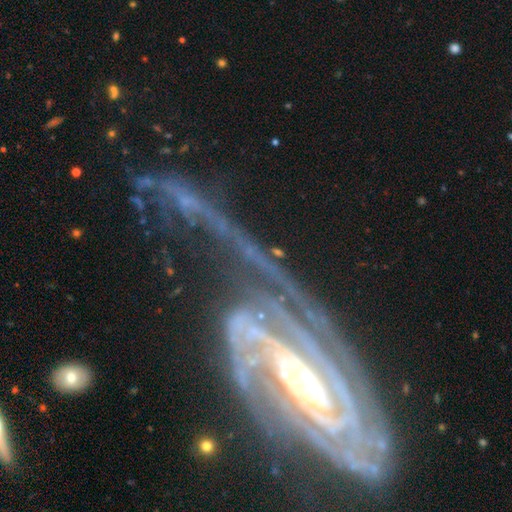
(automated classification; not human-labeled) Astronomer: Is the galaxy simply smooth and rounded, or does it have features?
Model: featured or disk — 88%.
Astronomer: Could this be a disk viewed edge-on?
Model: no — 92%.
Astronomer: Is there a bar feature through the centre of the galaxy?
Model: no — 40% (runner-up: strong, 34%).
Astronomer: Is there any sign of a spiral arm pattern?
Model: yes — 95%.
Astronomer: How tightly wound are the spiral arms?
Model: tight — 56%.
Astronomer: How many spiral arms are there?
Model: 2 — 39% (runner-up: can't tell, 19%).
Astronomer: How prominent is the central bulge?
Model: small — 51% (runner-up: moderate, 37%).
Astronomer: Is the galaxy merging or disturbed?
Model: none — 42% (runner-up: major disturbance, 34%).